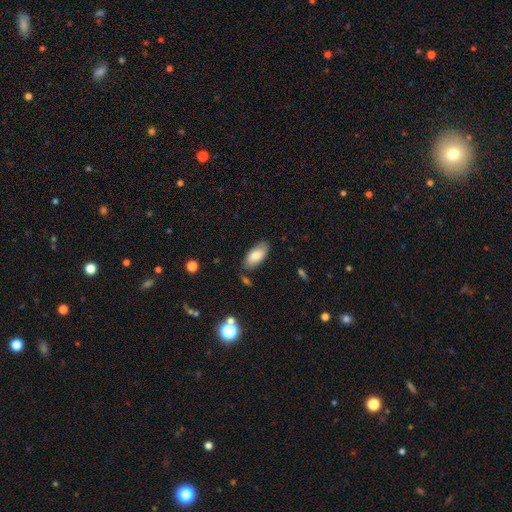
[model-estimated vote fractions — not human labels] A smooth galaxy with no disk features (79%) that is in between round and cigar-shaped (92%).

Vote fractions:
- Smooth or featured? smooth: 79% / featured or disk: 14% / star or artifact: 7%
- How rounded? in between: 92% / cigar-shaped: 6% / round: 2%
- Merging? none: 79% / minor disturbance: 15% / merger: 3% / major disturbance: 3%